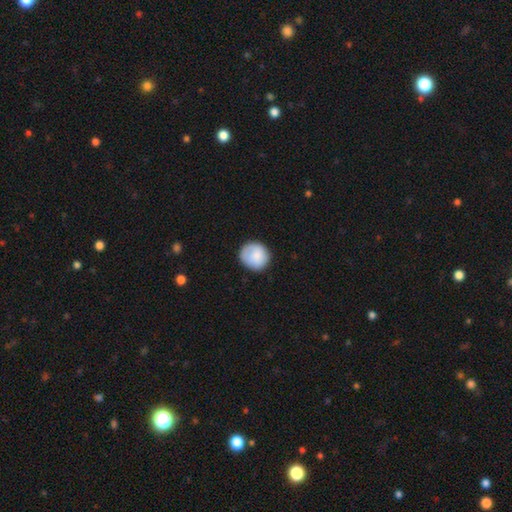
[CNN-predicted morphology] Q: Smooth or featured?
A: smooth (84%); runner-up: featured or disk (9%)
Q: How rounded?
A: round (89%); runner-up: in between (10%)
Q: Merging?
A: none (82%); runner-up: minor disturbance (14%)